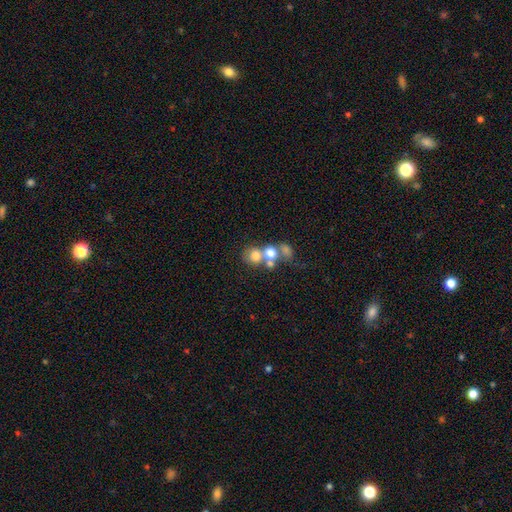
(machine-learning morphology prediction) smooth 67%, featured or disk 21%, star or artifact 12%. Down the decision tree: how rounded — round (77%); merging — merger (56%).